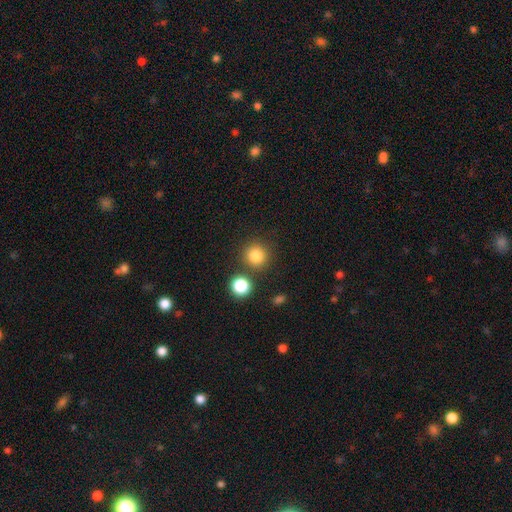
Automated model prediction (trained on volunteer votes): A smooth galaxy with no disk features (82%) that is round (94%). Merging: none (83%).